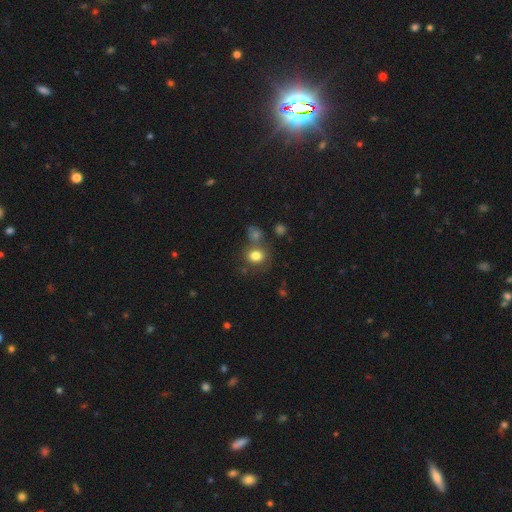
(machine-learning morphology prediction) smooth 80%, star or artifact 12%, featured or disk 8%. Down the decision tree: how rounded — round (69%); merging — none (65%).